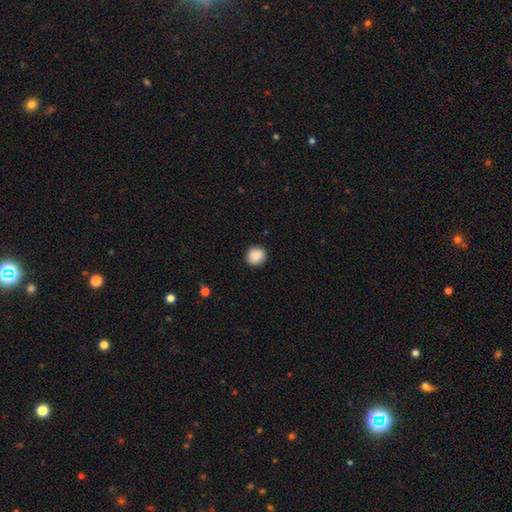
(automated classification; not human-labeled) Overall: smooth (89%). How rounded: round (88%). Merging: none (89%).